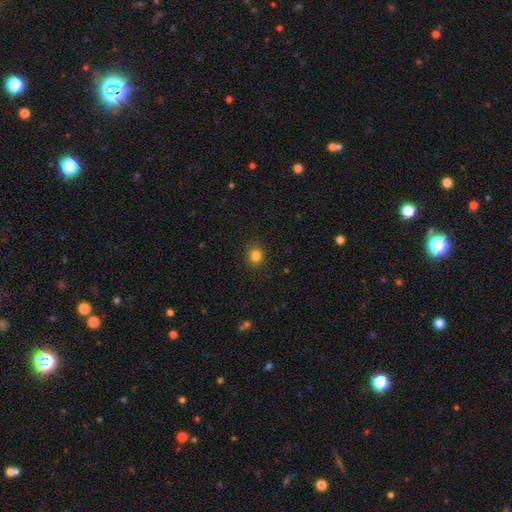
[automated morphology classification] A smooth galaxy with no disk features (84%) that is round (85%).

Vote fractions:
- Smooth or featured? smooth: 84% / star or artifact: 12% / featured or disk: 5%
- How rounded? round: 85% / in between: 14% / cigar-shaped: 1%
- Merging? none: 90% / minor disturbance: 7% / major disturbance: 2% / merger: 1%